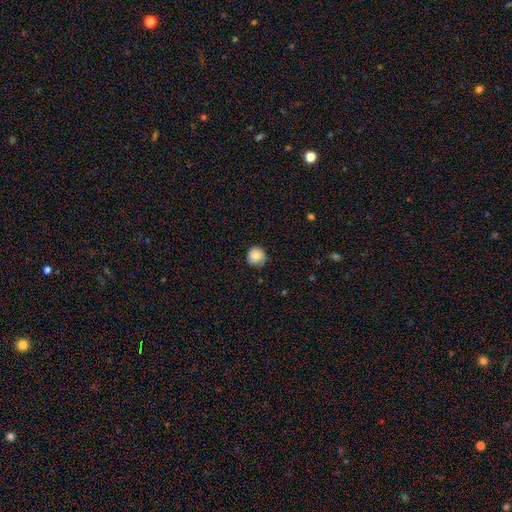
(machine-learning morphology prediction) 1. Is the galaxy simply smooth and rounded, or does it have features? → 82% smooth, 10% featured or disk, 9% star or artifact.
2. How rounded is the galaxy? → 92% round, 7% in between, 1% cigar-shaped.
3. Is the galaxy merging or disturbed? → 76% none, 19% minor disturbance, 4% major disturbance, 1% merger.